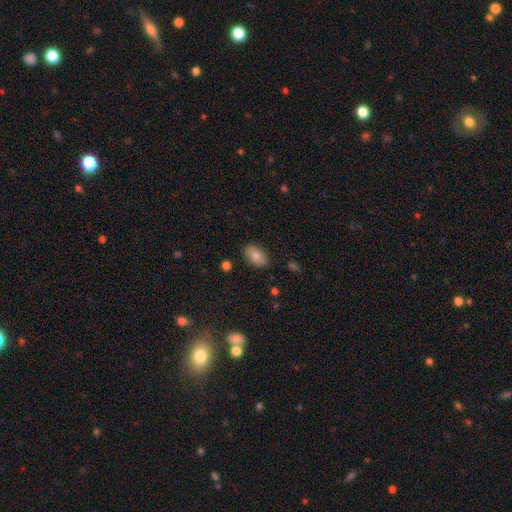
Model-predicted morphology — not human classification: This appears to be a smooth galaxy with no disk features (77%) that is in between round and cigar-shaped (90%). Merging: none (86%).